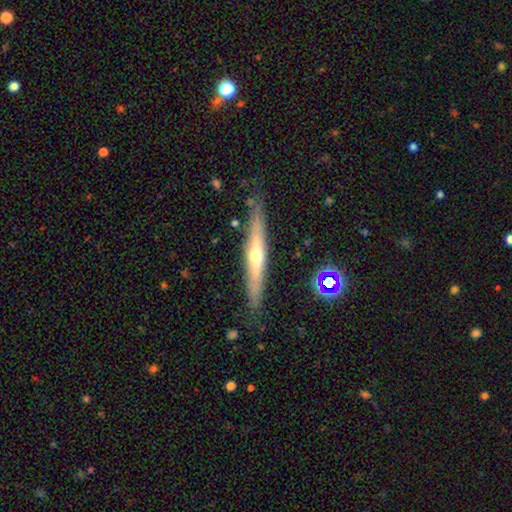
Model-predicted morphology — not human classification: A featured or disk galaxy (66%) viewed edge-on (95%) with a rounded central bulge (80%).

Vote fractions:
- Smooth or featured? featured or disk: 66% / smooth: 28% / star or artifact: 7%
- Edge-on disk? yes: 95% / no: 5%
- Edge-on bulge? rounded: 80% / none: 16% / boxy: 4%
- Merging? none: 84% / minor disturbance: 12% / major disturbance: 2% / merger: 2%